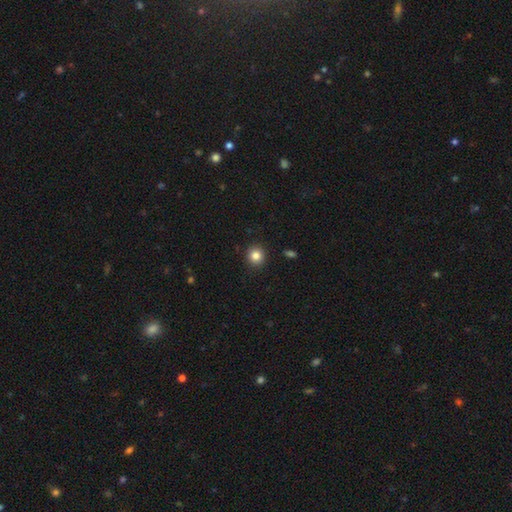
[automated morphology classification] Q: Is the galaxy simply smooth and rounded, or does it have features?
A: smooth — 84%.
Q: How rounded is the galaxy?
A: round — 91%.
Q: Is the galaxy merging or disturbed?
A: none — 92%.